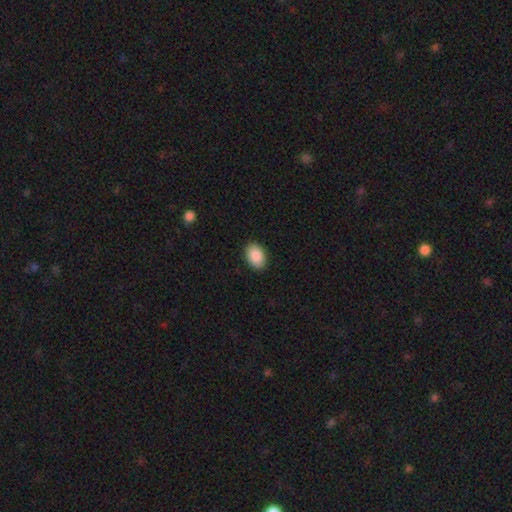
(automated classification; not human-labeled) A smooth galaxy with no disk features (90%) that is in between round and cigar-shaped (87%). Merging: none (90%).